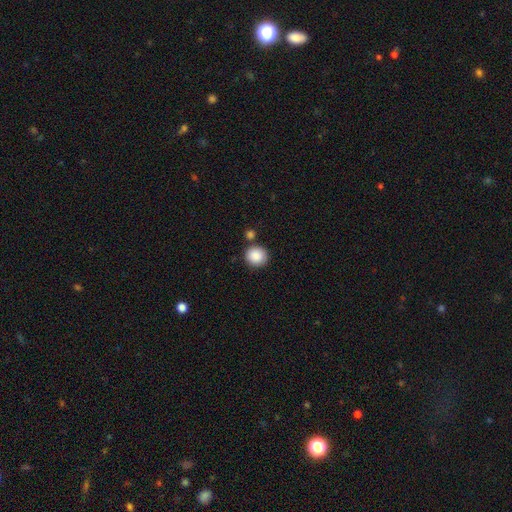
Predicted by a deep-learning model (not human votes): Q: Smooth or featured?
A: smooth (89%); runner-up: star or artifact (8%)
Q: How rounded?
A: round (88%); runner-up: in between (11%)
Q: Merging?
A: none (77%); runner-up: minor disturbance (10%)